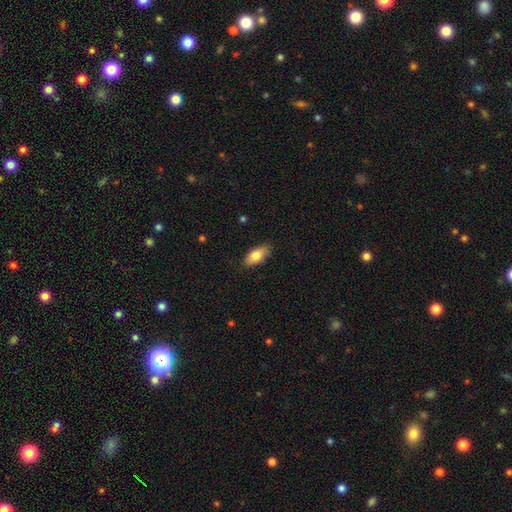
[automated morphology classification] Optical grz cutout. It shows a smooth galaxy with no disk features (80%) that is in between round and cigar-shaped (86%). Merging: none (84%).